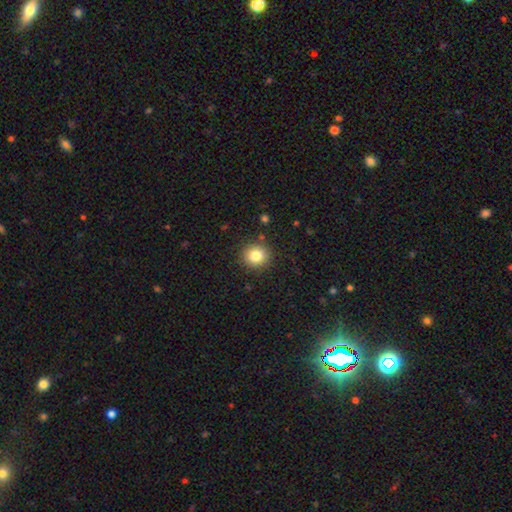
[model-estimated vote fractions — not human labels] Q: Smooth or featured?
A: smooth (82%); runner-up: star or artifact (11%)
Q: How rounded?
A: round (90%); runner-up: in between (9%)
Q: Merging?
A: none (90%); runner-up: minor disturbance (7%)